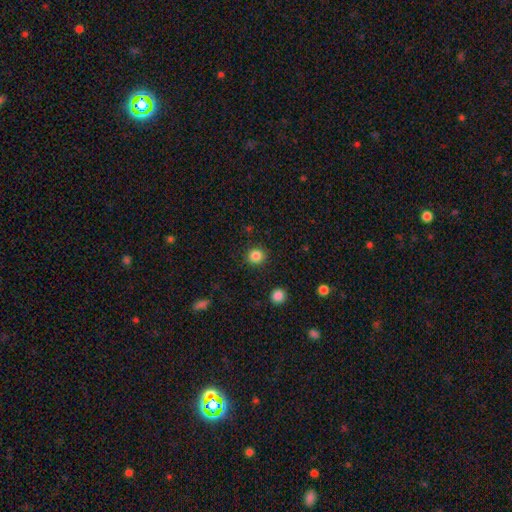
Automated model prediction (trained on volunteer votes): Smooth or featured? smooth (85%)
How rounded? round (89%)
Merging? none (91%)